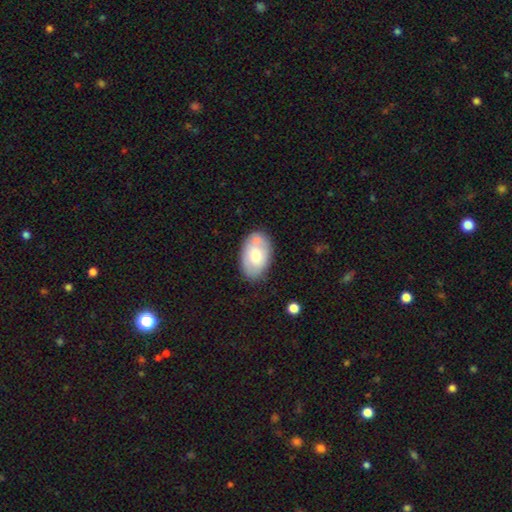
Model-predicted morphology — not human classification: smooth_or_featured: smooth (p=0.70) [alt: featured or disk p=0.24]
how_rounded: in between (p=0.92) [alt: round p=0.07]
merging: none (p=0.67) [alt: minor disturbance p=0.16]